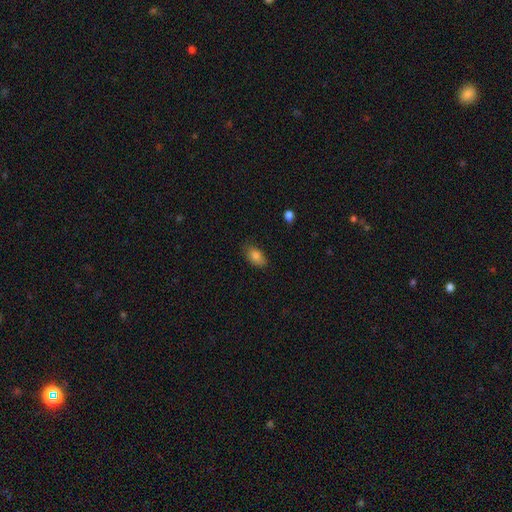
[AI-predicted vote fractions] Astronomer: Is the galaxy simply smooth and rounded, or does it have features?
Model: smooth — 84%.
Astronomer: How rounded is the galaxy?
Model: in between — 91%.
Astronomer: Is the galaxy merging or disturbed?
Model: none — 77%.